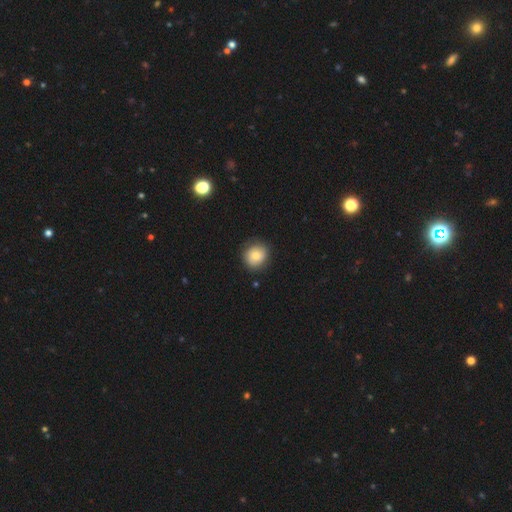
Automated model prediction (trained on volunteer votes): Morphology: type=smooth (79%); roundness=round (85%); merging=none (82%).